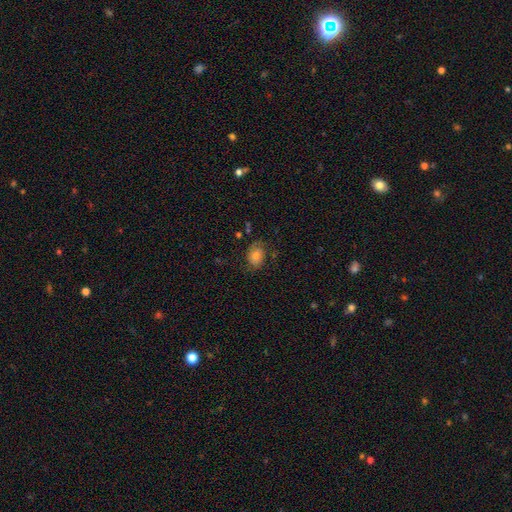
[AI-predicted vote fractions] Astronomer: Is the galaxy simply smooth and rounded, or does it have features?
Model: smooth — 57%.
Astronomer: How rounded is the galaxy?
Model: in between — 69%.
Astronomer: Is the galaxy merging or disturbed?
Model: none — 69%.